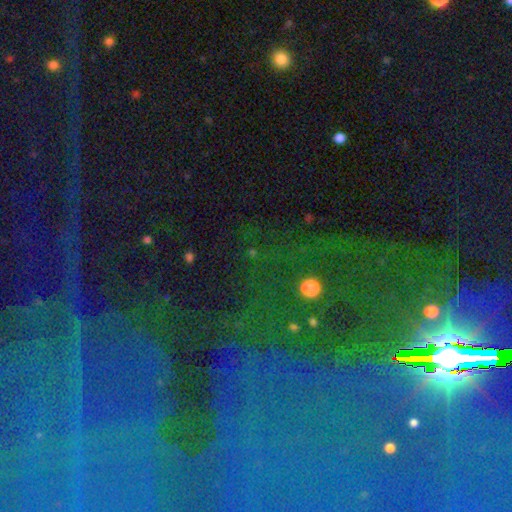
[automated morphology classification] smooth-or-featured: star or artifact: 77% | featured or disk: 13% | smooth: 10%